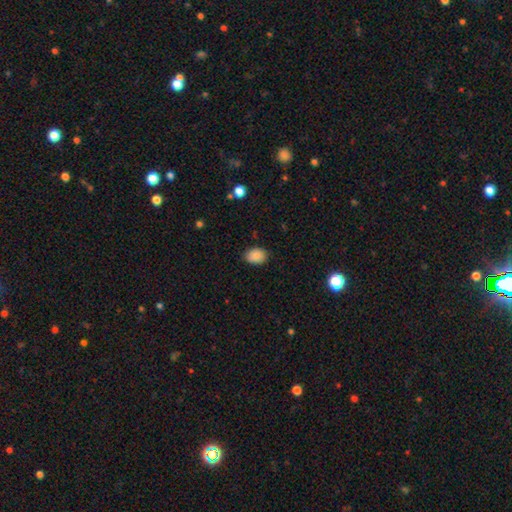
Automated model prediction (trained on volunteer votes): Morphology: type=smooth (88%); roundness=in between (71%); merging=none (83%).